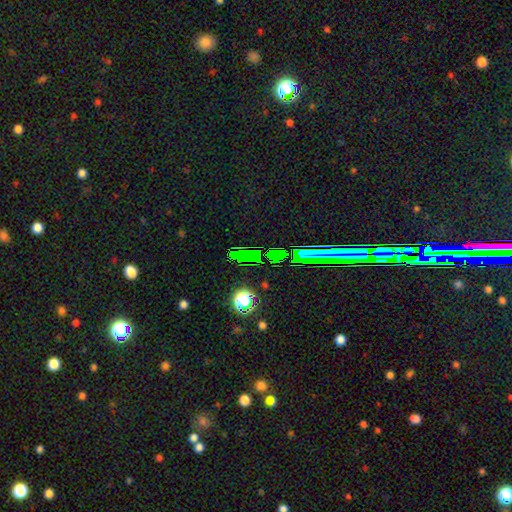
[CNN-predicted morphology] smooth_or_featured: star or artifact (p=0.74) [alt: smooth p=0.15]